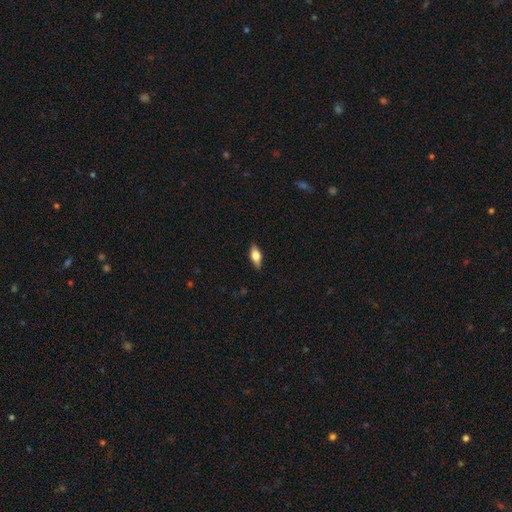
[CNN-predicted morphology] type=smooth (58%); roundness=in between (75%); merging=none (86%).